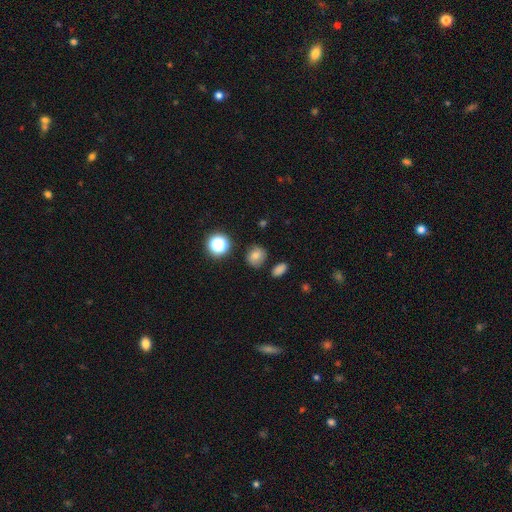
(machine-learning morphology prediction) This is likely a smooth galaxy (72%). How rounded: likely round (73%). Merging: likely none (78%).